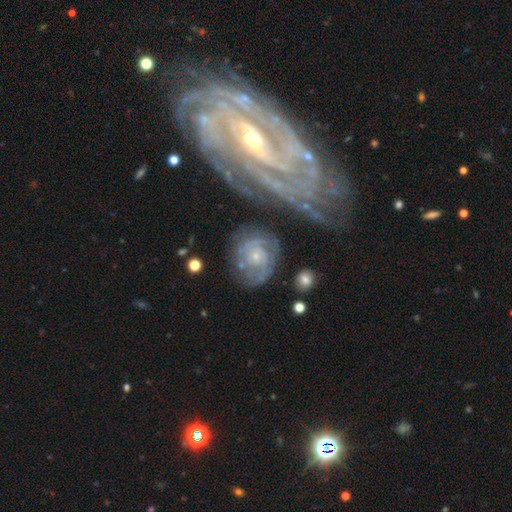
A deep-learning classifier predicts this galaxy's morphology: Overall: featured or disk (76%). Edge-on disk: no (97%). Bar: no (76%). Spiral arms: yes (91%). Spiral arm count: can't tell (35%; 2 27%). Spiral winding: tight (65%; medium 27%). Bulge size: small (72%). Merging: none (66%).